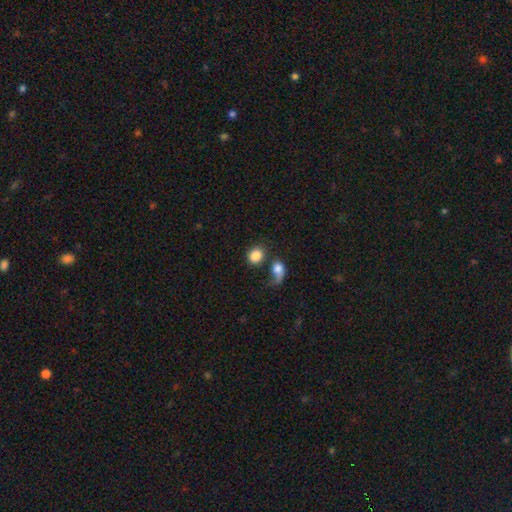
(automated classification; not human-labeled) Morphology: type=smooth (83%); roundness=round (58%); merging=none (46%).